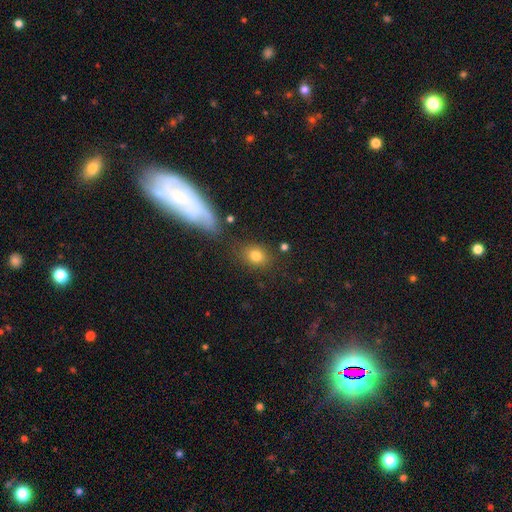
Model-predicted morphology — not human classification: The model was most divided on "how rounded": round: 57%, in between: 41%, cigar-shaped: 2%. More confident: smooth or featured — smooth (78%); merging — none (76%).